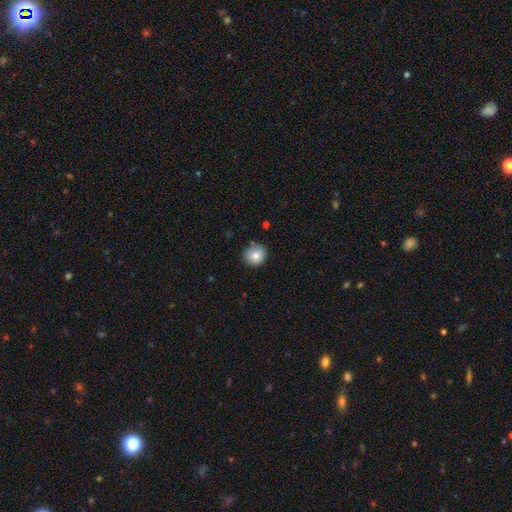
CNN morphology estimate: A smooth galaxy with no disk features (81%) that is round (85%). Merging: none (82%).